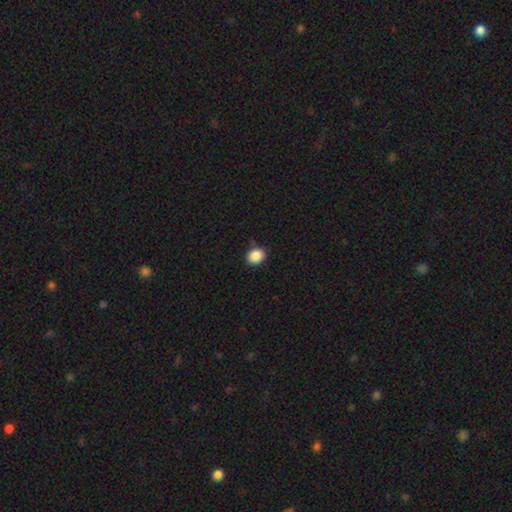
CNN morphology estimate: The model was most divided on "how rounded": round: 59%, in between: 40%, cigar-shaped: 1%. More confident: smooth or featured — smooth (88%); merging — none (86%).